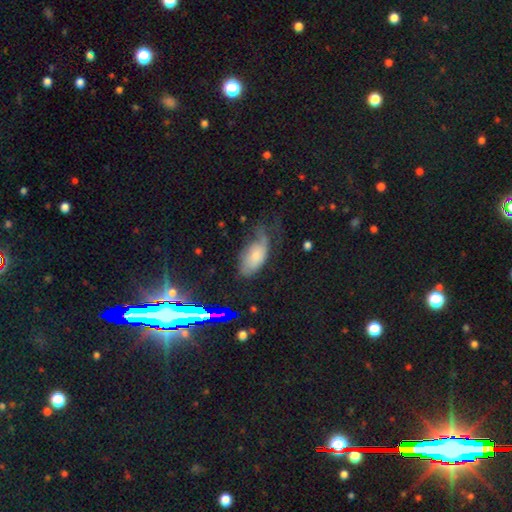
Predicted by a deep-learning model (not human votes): A smooth galaxy with no disk features (61%) that is in between round and cigar-shaped (92%). Merging: major disturbance (34%, tied with minor disturbance).